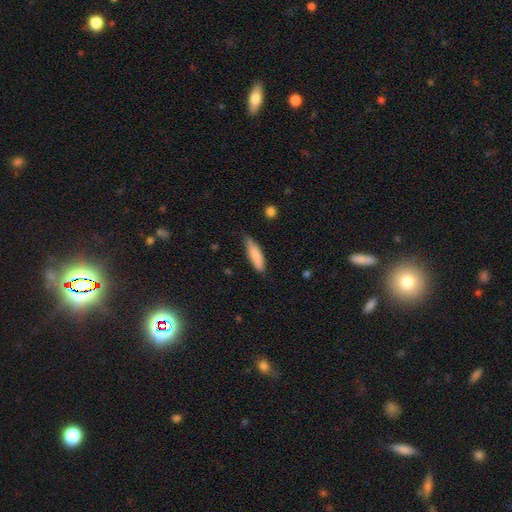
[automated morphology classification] A smooth galaxy with no disk features (82%) that is cigar-shaped (66%).

Vote fractions:
- Smooth or featured? smooth: 82% / featured or disk: 12% / star or artifact: 6%
- How rounded? cigar-shaped: 66% / in between: 32% / round: 2%
- Merging? none: 70% / minor disturbance: 25% / major disturbance: 4% / merger: 2%